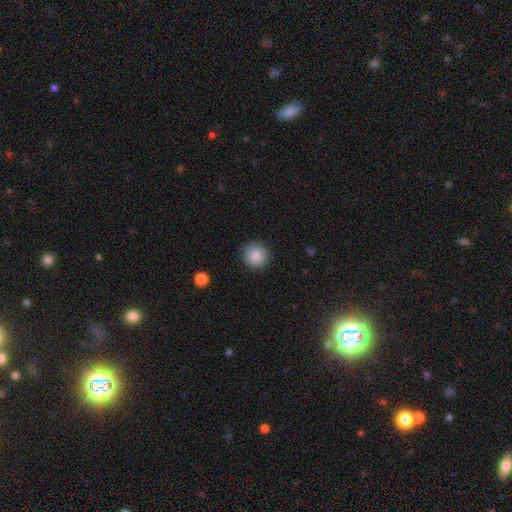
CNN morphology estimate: Overall: smooth (86%). How rounded: round (95%). Merging: none (89%).